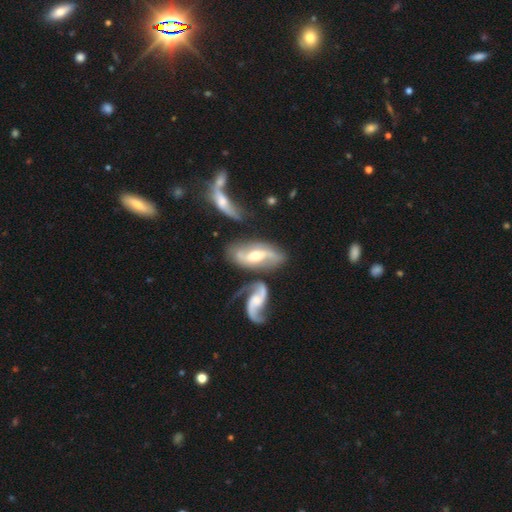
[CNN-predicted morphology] smooth-or-featured: featured or disk: 79% | smooth: 16% | star or artifact: 5%
  disk-edge-on: no: 88% | yes: 12%
    bar: weak: 43% | no: 36% | strong: 22%
    has-spiral-arms: yes: 89% | no: 11%
      spiral-winding: loose: 55% | medium: 34% | tight: 11%
      spiral-arm-count: 2: 85% | can't tell: 7% | 1: 4% | 3: 2% | 4: 1% | more than 4: 1%
    bulge-size: moderate: 67% | small: 19% | large: 10% | none: 2% | dominant: 1%
  merging: none: 44% | merger: 29% | minor disturbance: 17% | major disturbance: 11%